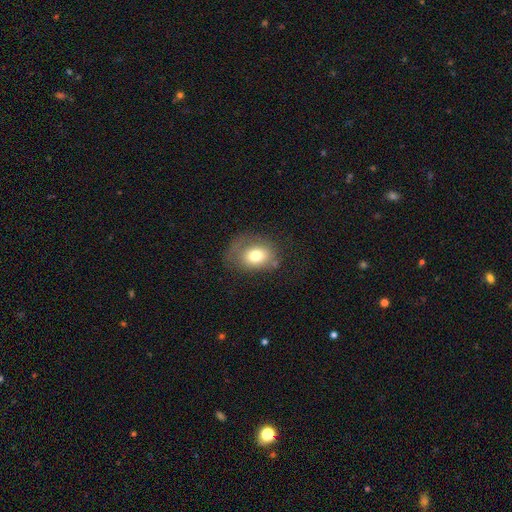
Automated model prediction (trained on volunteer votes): This appears to be a smooth galaxy with no disk features (72%) that is in between round and cigar-shaped (63%). Merging: none (49%).